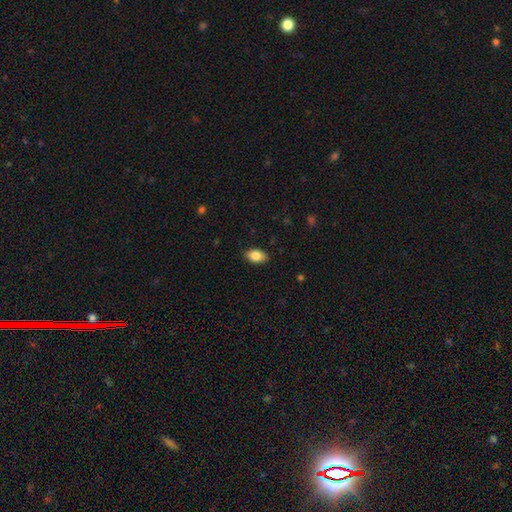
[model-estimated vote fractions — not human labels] A smooth galaxy with no disk features (85%) that is in between round and cigar-shaped (91%). Merging: none (87%).